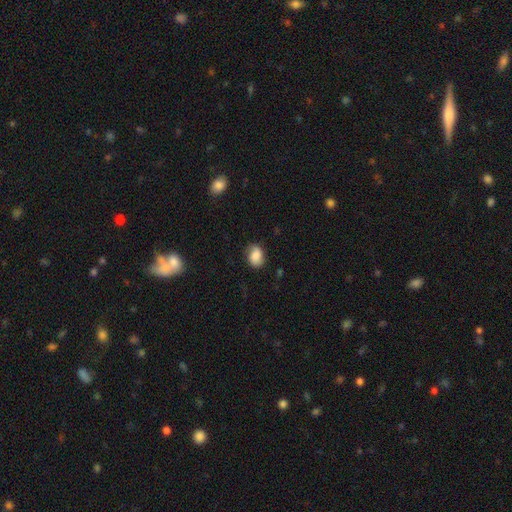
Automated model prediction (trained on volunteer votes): A smooth galaxy with no disk features (77%) that is in between round and cigar-shaped (65%).

Vote fractions:
- Smooth or featured? smooth: 77% / featured or disk: 15% / star or artifact: 9%
- How rounded? in between: 65% / round: 34% / cigar-shaped: 1%
- Merging? none: 72% / minor disturbance: 21% / major disturbance: 5% / merger: 1%